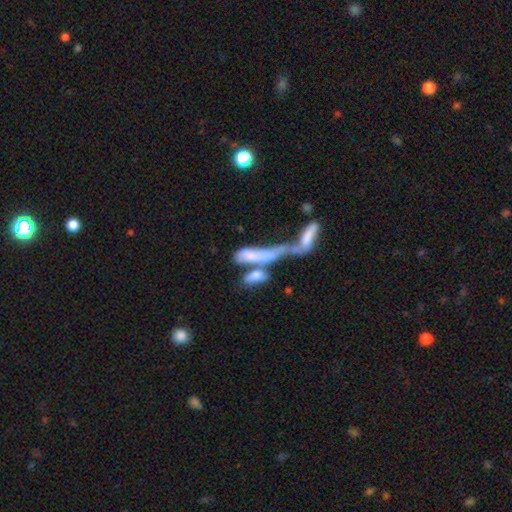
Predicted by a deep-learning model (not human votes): A smooth galaxy with no disk features (59%) that is cigar-shaped (65%).

Vote fractions:
- Smooth or featured? smooth: 59% / featured or disk: 30% / star or artifact: 11%
- How rounded? cigar-shaped: 65% / in between: 32% / round: 3%
- Merging? merger: 66% / none: 15% / major disturbance: 11% / minor disturbance: 8%